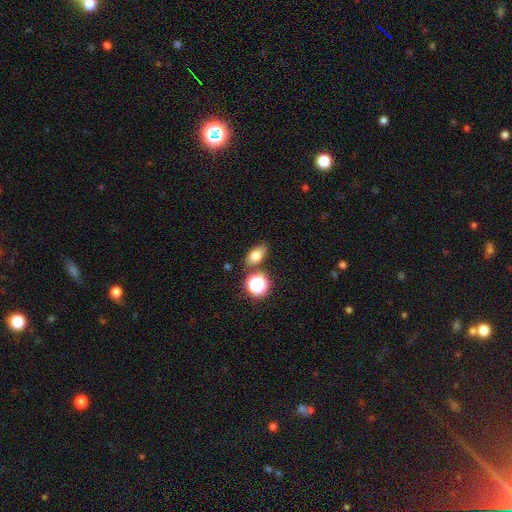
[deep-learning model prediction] Smooth or featured?
  - smooth: 75% *
  - star or artifact: 14%
  - featured or disk: 11%
How rounded?
  - in between: 79% *
  - round: 17%
  - cigar-shaped: 3%
Merging?
  - none: 76% *
  - minor disturbance: 13%
  - merger: 8%
  - major disturbance: 3%